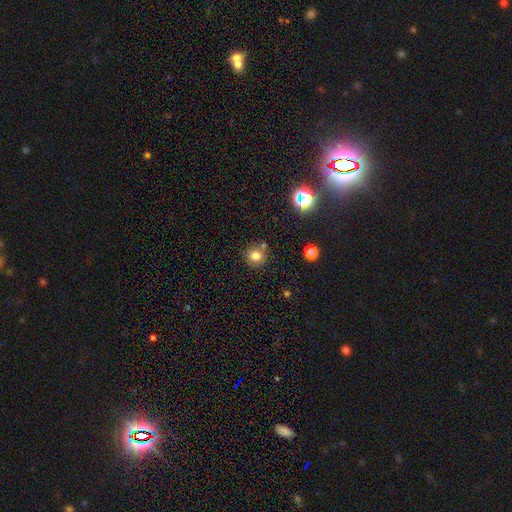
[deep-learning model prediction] Smooth or featured?
  - smooth: 78% *
  - star or artifact: 14%
  - featured or disk: 7%
How rounded?
  - round: 89% *
  - in between: 10%
  - cigar-shaped: 1%
Merging?
  - none: 74% *
  - merger: 12%
  - minor disturbance: 11%
  - major disturbance: 3%